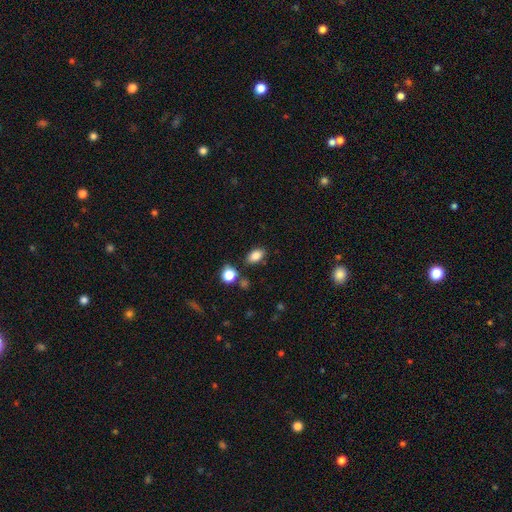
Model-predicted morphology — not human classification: Smooth or featured? Predicted: smooth (p=0.84). How rounded? Predicted: in between (p=0.86). Merging? Predicted: none (p=0.81).